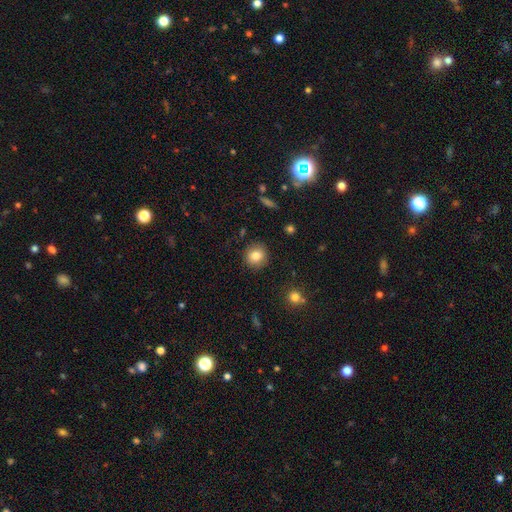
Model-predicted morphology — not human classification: Smooth or featured? Predicted: smooth (p=0.80). How rounded? Predicted: round (p=0.88). Merging? Predicted: none (p=0.90).